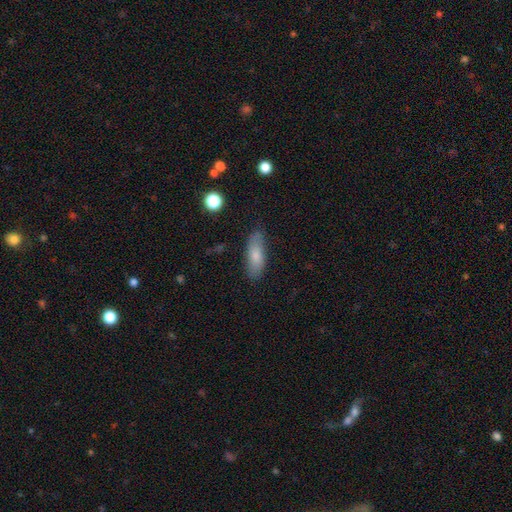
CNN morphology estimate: This is likely a smooth galaxy (78%). How rounded: likely in between (67%). Merging: likely none (76%).